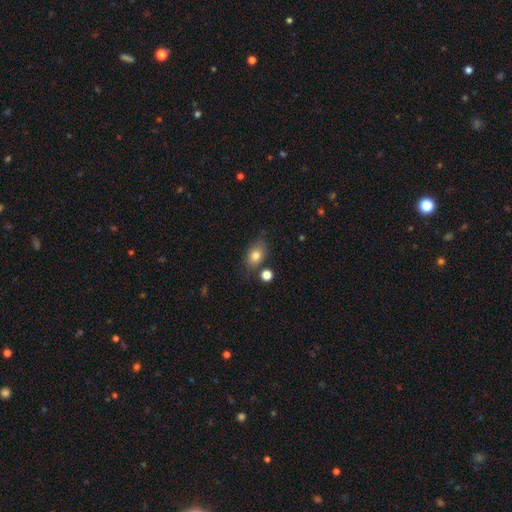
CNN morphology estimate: This appears to be a smooth galaxy with no disk features (79%) that is in between round and cigar-shaped (74%). Merging: none (70%).